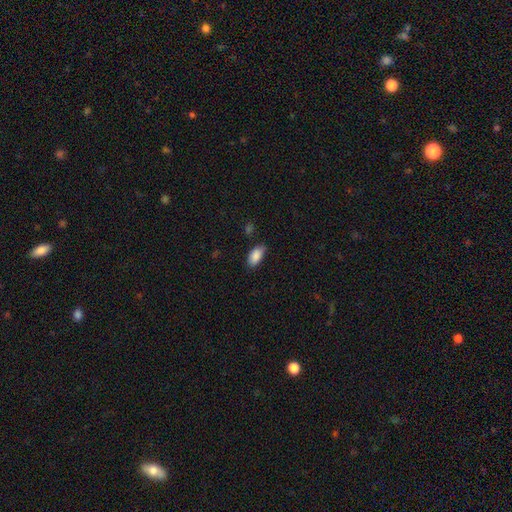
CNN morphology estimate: Overall: smooth (88%). How rounded: in between (93%). Merging: none (76%).